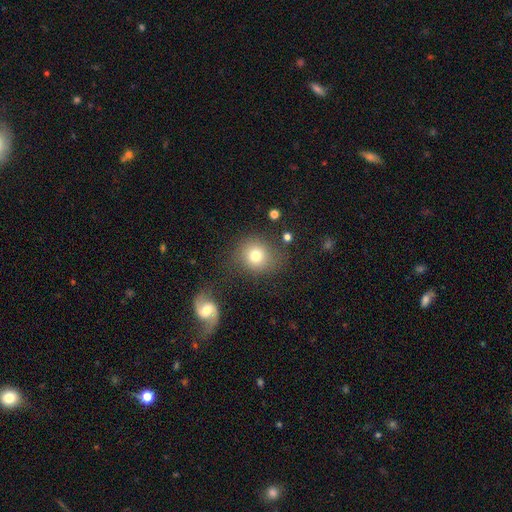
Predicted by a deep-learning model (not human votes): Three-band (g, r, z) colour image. It shows a smooth galaxy with no disk features (77%) that is round (83%). Merging: none (75%).